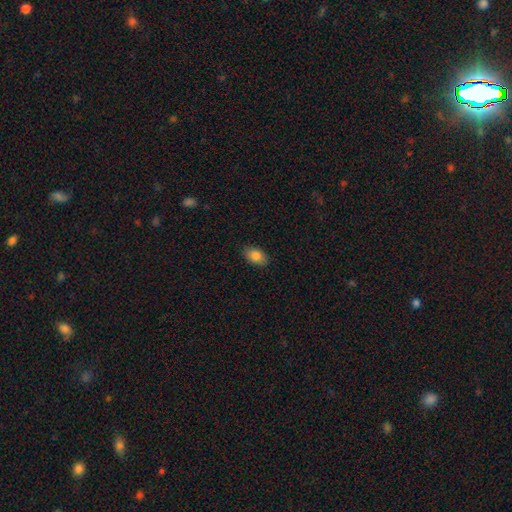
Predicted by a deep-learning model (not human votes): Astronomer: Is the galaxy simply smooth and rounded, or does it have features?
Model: smooth — 85%.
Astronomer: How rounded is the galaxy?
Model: in between — 89%.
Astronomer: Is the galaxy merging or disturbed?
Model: none — 88%.